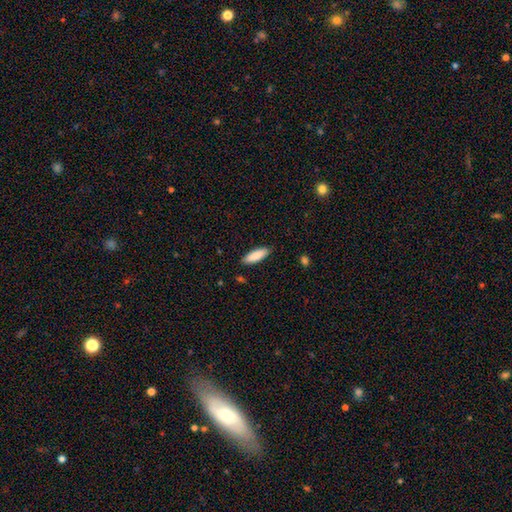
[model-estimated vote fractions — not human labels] Morphology: type=smooth (88%); roundness=in between (54%); merging=none (87%).